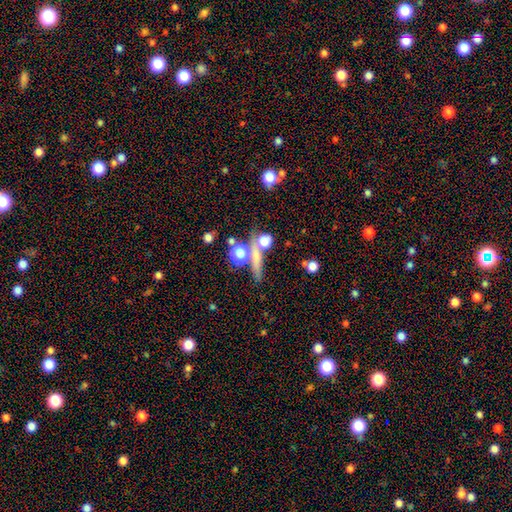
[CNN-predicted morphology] This appears to be a smooth galaxy with no disk features (56%) that is cigar-shaped (46%). Merging: none (66%).